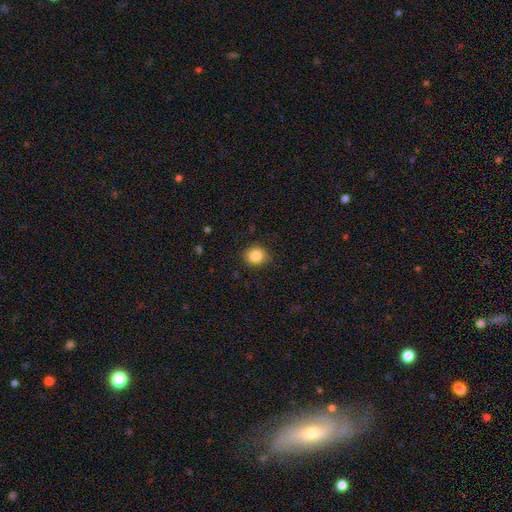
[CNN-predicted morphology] Overall: smooth (85%). How rounded: round (81%). Merging: none (89%).